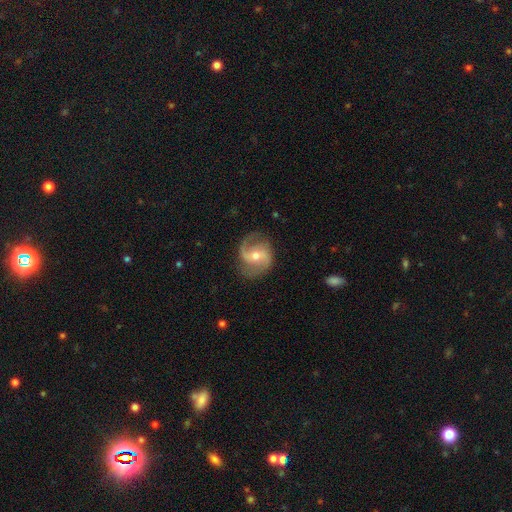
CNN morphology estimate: Smooth or featured?
  - featured or disk: 86% *
  - smooth: 9%
  - star or artifact: 5%
Edge-on disk?
  - no: 98% *
  - yes: 2%
Bar?
  - weak: 45% *
  - no: 39%
  - strong: 16%
Spiral arms?
  - yes: 97% *
  - no: 3%
Spiral winding?
  - medium: 49% *
  - loose: 37%
  - tight: 14%
Spiral arm count?
  - 2: 86% *
  - 1: 5%
  - can't tell: 4%
  - 3: 3%
  - 4: 1%
  - more than 4: 1%
Bulge size?
  - moderate: 56% *
  - small: 39%
  - large: 2%
  - none: 1%
  - dominant: 1%
Merging?
  - none: 78% *
  - minor disturbance: 15%
  - major disturbance: 6%
  - merger: 1%